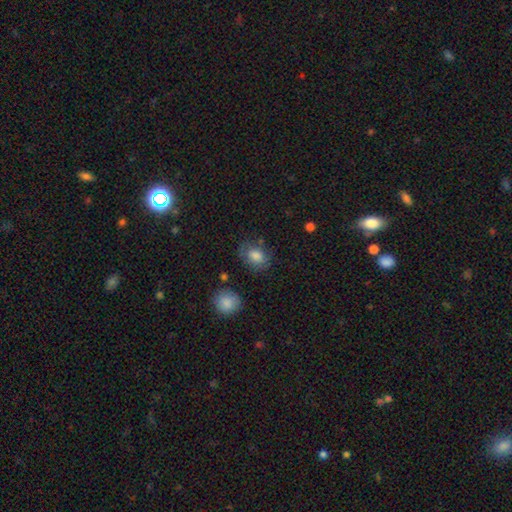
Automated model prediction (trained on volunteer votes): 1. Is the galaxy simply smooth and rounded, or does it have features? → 80% smooth, 11% featured or disk, 9% star or artifact.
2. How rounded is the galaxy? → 64% in between, 35% round, 1% cigar-shaped.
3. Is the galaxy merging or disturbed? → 68% none, 21% minor disturbance, 8% major disturbance, 3% merger.